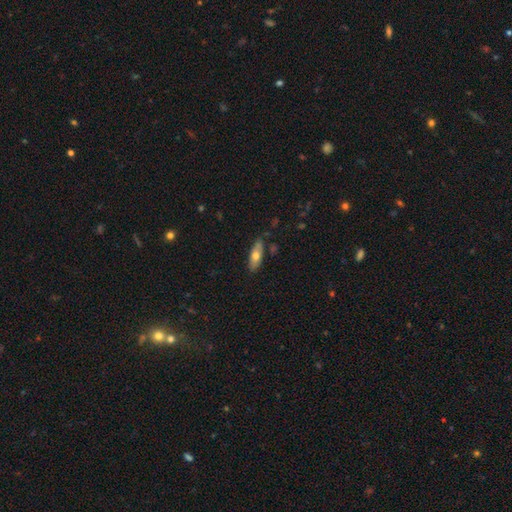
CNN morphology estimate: A smooth galaxy with no disk features (65%) that is in between round and cigar-shaped (61%).

Vote fractions:
- Smooth or featured? smooth: 65% / featured or disk: 29% / star or artifact: 6%
- How rounded? in between: 61% / cigar-shaped: 36% / round: 2%
- Merging? none: 75% / minor disturbance: 18% / merger: 4% / major disturbance: 3%